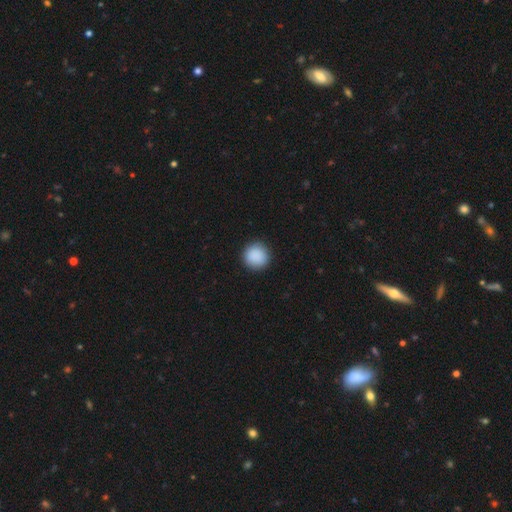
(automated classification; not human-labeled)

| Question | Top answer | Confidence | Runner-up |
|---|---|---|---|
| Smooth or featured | smooth | 90% | star or artifact (7%) |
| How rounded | round | 95% | in between (4%) |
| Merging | none | 91% | minor disturbance (6%) |